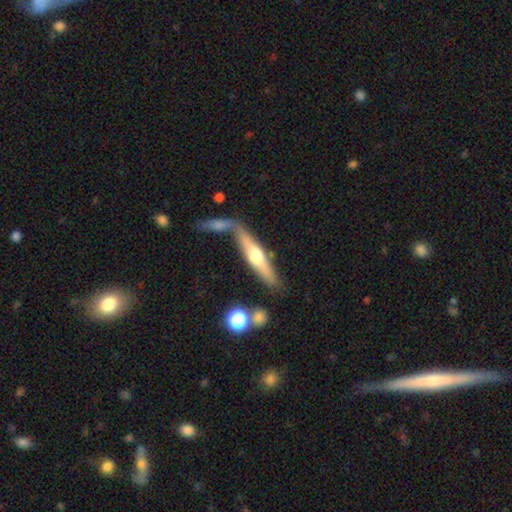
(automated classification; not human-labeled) Morphology: type=featured or disk (54%); edge-on=yes (90%); merging=none (56%).